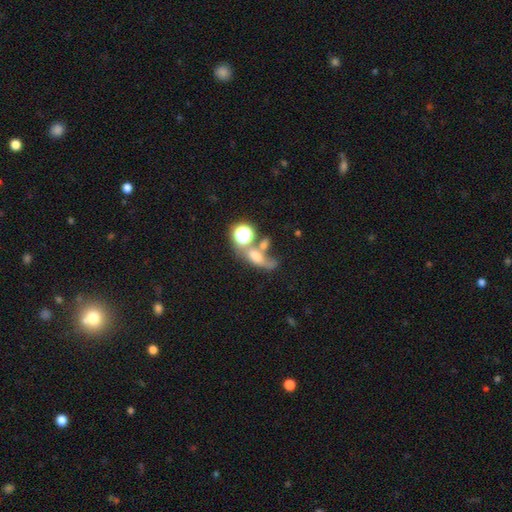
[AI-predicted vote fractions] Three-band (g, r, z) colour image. It shows a smooth galaxy with no disk features (47%). Merging: merger (41%).